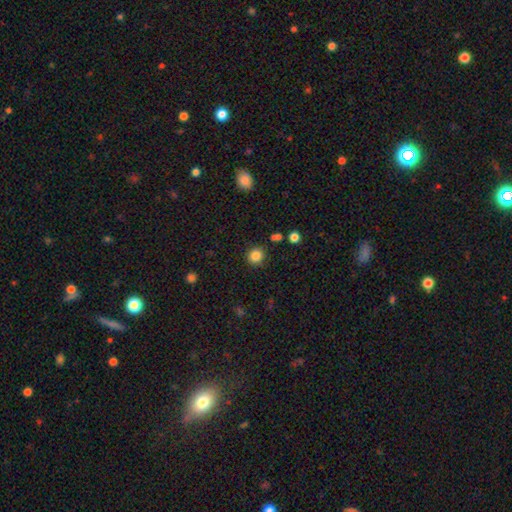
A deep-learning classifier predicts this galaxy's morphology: Smooth or featured? Predicted: smooth (p=0.84). How rounded? Predicted: round (p=0.89). Merging? Predicted: none (p=0.88).